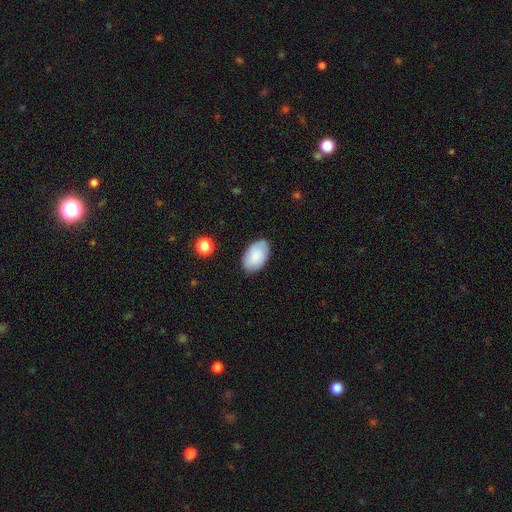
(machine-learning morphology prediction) Q: Smooth or featured?
A: smooth (80%); runner-up: featured or disk (13%)
Q: How rounded?
A: in between (93%); runner-up: round (6%)
Q: Merging?
A: none (82%); runner-up: minor disturbance (14%)